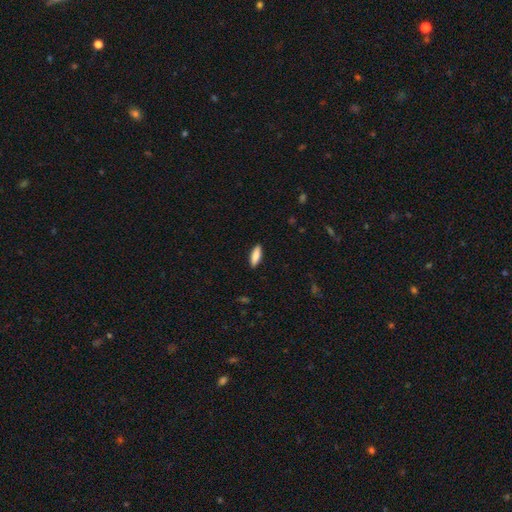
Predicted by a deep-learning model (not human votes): Morphology: type=smooth (86%); roundness=in between (62%); merging=none (90%).